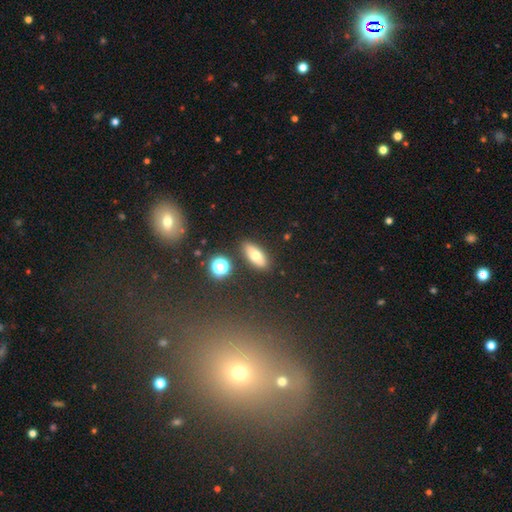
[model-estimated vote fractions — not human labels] Smooth or featured? Predicted: smooth (p=0.69). How rounded? Predicted: in between (p=0.78). Merging? Predicted: none (p=0.85).